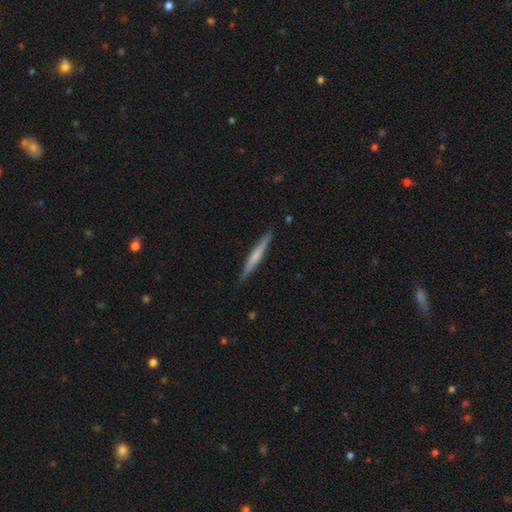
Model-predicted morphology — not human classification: This is possibly a featured or disk galaxy (50%). Merging: clearly none (90%).